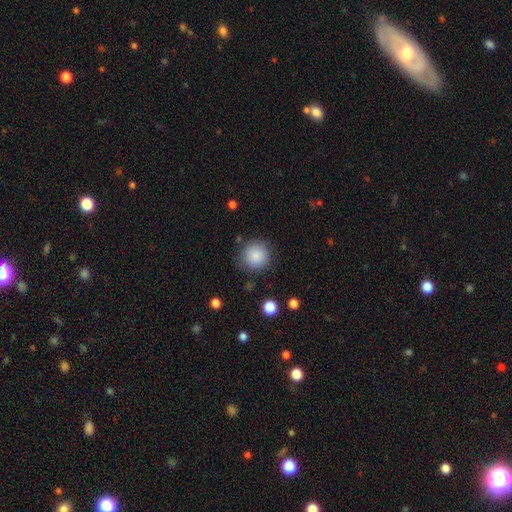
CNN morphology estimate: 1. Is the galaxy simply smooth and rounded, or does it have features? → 87% smooth, 8% star or artifact, 5% featured or disk.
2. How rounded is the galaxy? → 93% round, 6% in between, 1% cigar-shaped.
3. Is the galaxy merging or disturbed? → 84% none, 11% minor disturbance, 4% major disturbance, 2% merger.